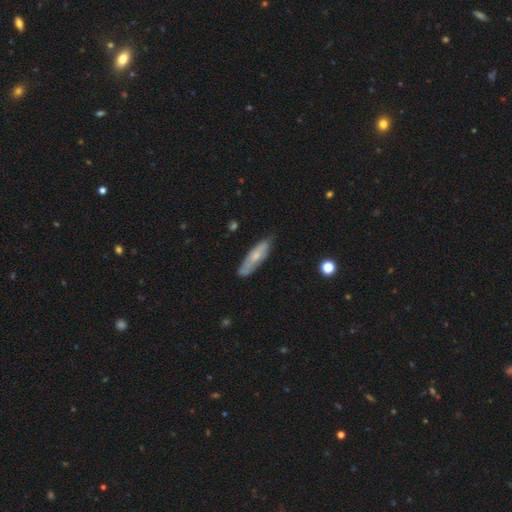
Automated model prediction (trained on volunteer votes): smooth-or-featured: smooth: 58% | featured or disk: 36% | star or artifact: 6%
  how-rounded: cigar-shaped: 63% | in between: 35% | round: 2%
  merging: none: 72% | minor disturbance: 22% | major disturbance: 4% | merger: 2%